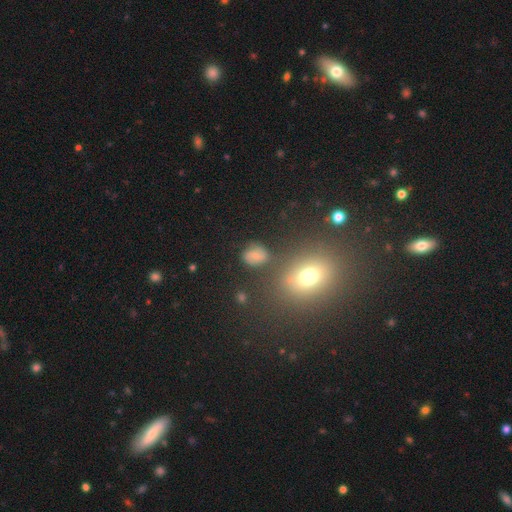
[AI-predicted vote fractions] Morphology: type=smooth (61%); roundness=round (56%); merging=none (68%).